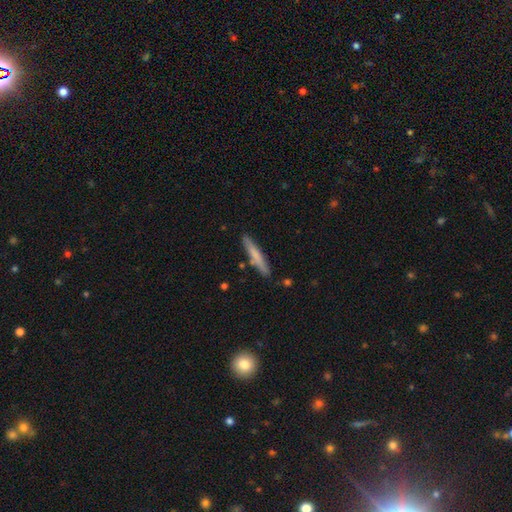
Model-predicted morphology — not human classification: type=smooth (68%); roundness=cigar-shaped (94%); merging=none (85%).